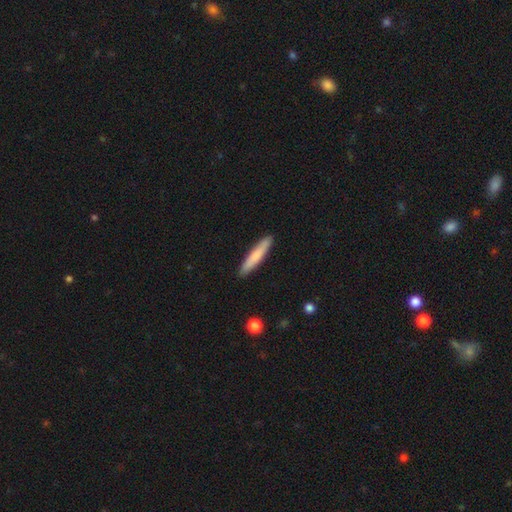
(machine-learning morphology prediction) Q: Smooth or featured?
A: smooth (72%); runner-up: featured or disk (23%)
Q: How rounded?
A: cigar-shaped (92%); runner-up: in between (7%)
Q: Merging?
A: none (90%); runner-up: minor disturbance (7%)